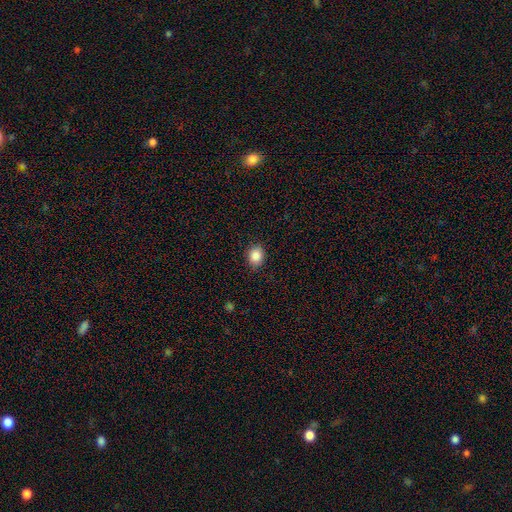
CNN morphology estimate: The model was most divided on "how rounded": round: 61%, in between: 38%, cigar-shaped: 1%. More confident: merging — none (88%); smooth or featured — smooth (87%).